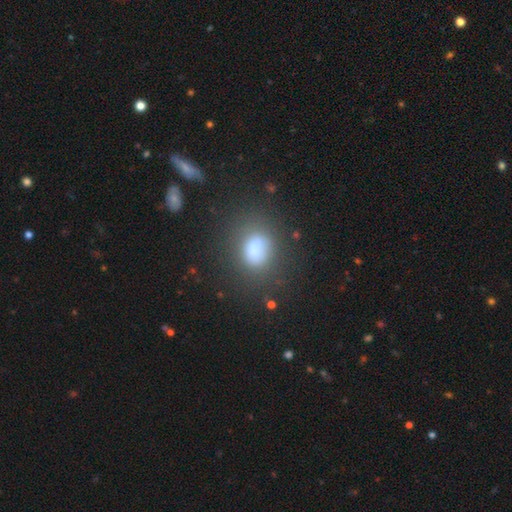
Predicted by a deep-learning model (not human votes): A smooth galaxy with no disk features (77%) that is in between round and cigar-shaped (57%).

Vote fractions:
- Smooth or featured? smooth: 77% / star or artifact: 14% / featured or disk: 10%
- How rounded? in between: 57% / round: 42% / cigar-shaped: 2%
- Merging? none: 64% / minor disturbance: 18% / major disturbance: 13% / merger: 4%